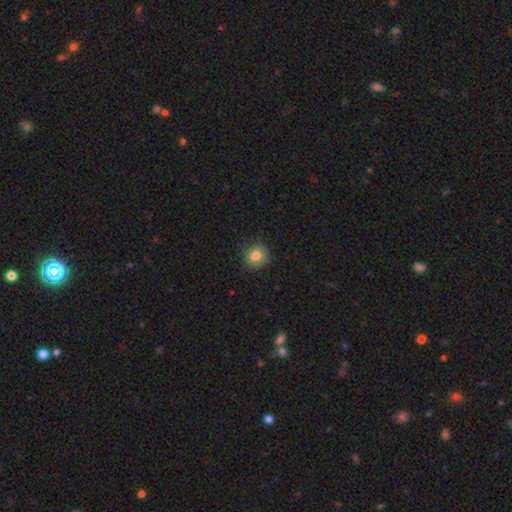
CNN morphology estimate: Smooth or featured: smooth — 79% (featured or disk — 12%)
How rounded: round — 72% (in between — 27%)
Merging: none — 74% (minor disturbance — 20%)